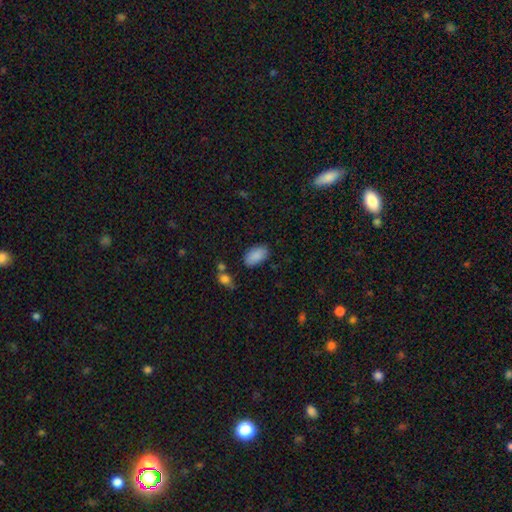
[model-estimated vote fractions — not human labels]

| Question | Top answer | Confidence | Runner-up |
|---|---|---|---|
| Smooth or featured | smooth | 89% | star or artifact (7%) |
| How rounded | in between | 94% | round (5%) |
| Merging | none | 81% | minor disturbance (13%) |